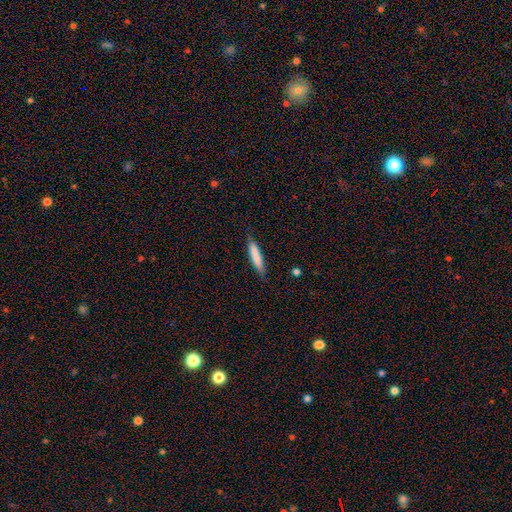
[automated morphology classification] Smooth or featured? Predicted: smooth (p=0.78). How rounded? Predicted: cigar-shaped (p=0.89). Merging? Predicted: none (p=0.82).